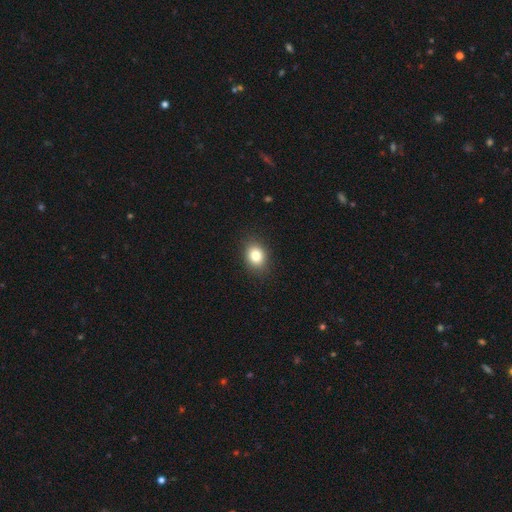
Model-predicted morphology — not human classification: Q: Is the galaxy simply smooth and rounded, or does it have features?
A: smooth — 81%.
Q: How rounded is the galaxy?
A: in between — 53%.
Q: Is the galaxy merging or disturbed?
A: none — 88%.